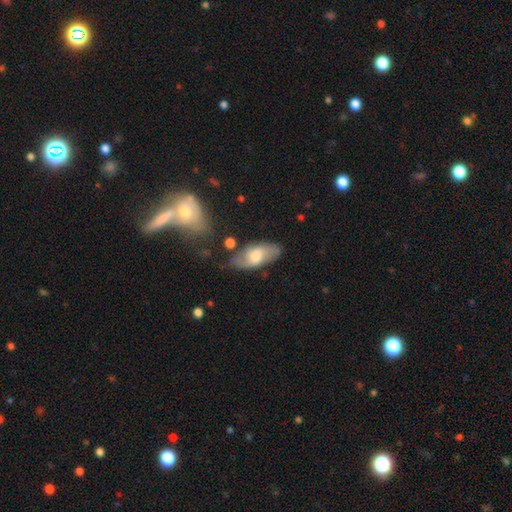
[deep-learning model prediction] This is possibly a smooth galaxy (51%). How rounded: clearly in between (88%). Merging: likely none (68%).